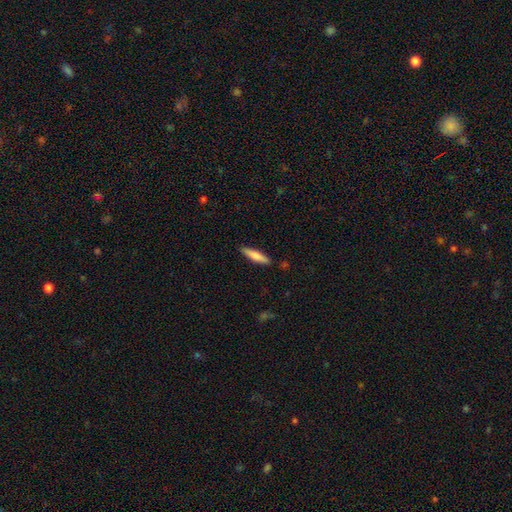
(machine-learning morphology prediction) smooth-or-featured: smooth: 75% | featured or disk: 20% | star or artifact: 6%
  how-rounded: cigar-shaped: 81% | in between: 18% | round: 1%
  merging: none: 88% | minor disturbance: 8% | major disturbance: 2% | merger: 1%